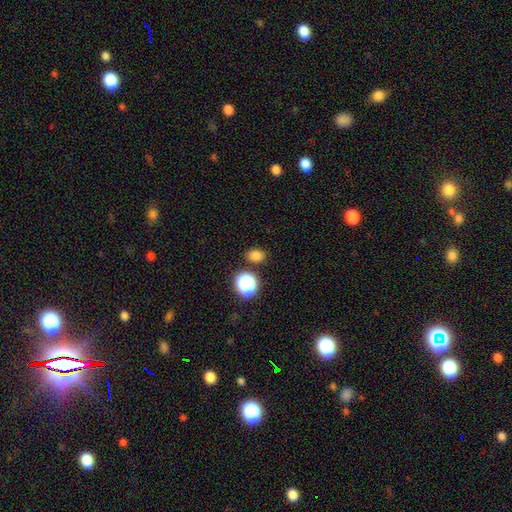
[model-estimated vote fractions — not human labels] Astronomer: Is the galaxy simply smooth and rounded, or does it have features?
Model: smooth — 78%.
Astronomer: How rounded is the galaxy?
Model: in between — 54% (runner-up: round, 45%).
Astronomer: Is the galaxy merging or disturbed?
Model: none — 80%.